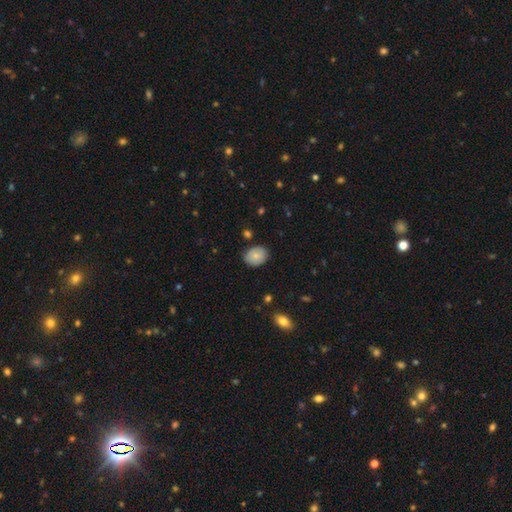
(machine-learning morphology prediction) A smooth galaxy with no disk features (79%) that is in between round and cigar-shaped (56%). Merging: none (81%).